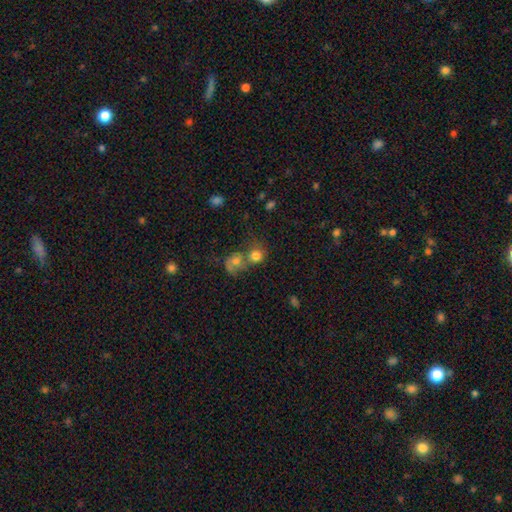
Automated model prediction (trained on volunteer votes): The model was most divided on "merging": merger: 56%, none: 30%, minor disturbance: 8%, major disturbance: 6%. More confident: how rounded — round (78%); smooth or featured — smooth (76%).